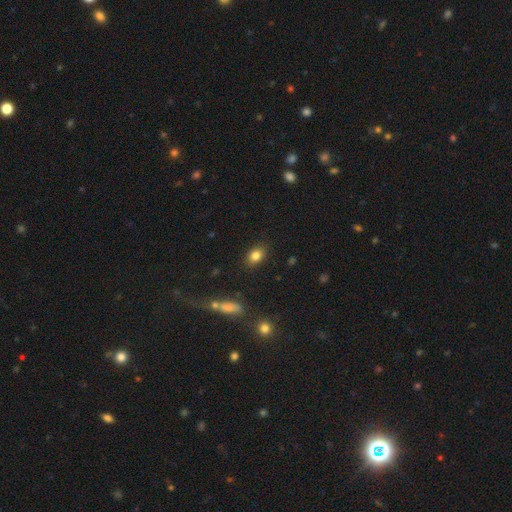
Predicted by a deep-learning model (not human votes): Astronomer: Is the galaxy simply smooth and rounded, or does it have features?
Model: smooth — 83%.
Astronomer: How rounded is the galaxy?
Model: in between — 75%.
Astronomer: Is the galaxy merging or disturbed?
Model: none — 86%.